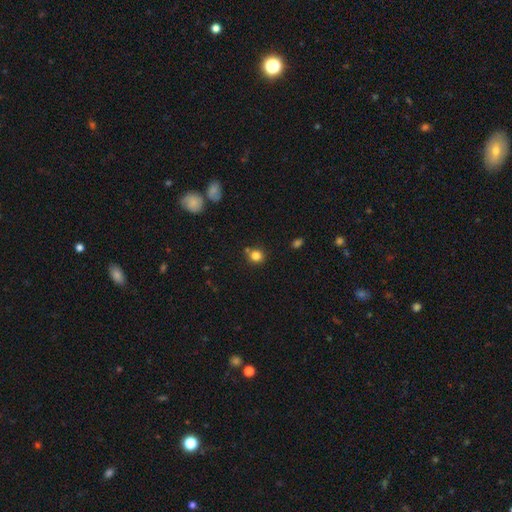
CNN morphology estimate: This appears to be a smooth galaxy with no disk features (82%) that is round (88%). Merging: none (76%).